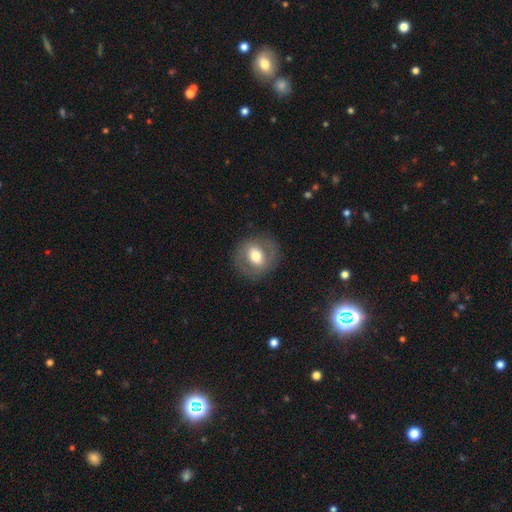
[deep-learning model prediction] This is possibly a smooth galaxy (50%). Merging: clearly none (81%).